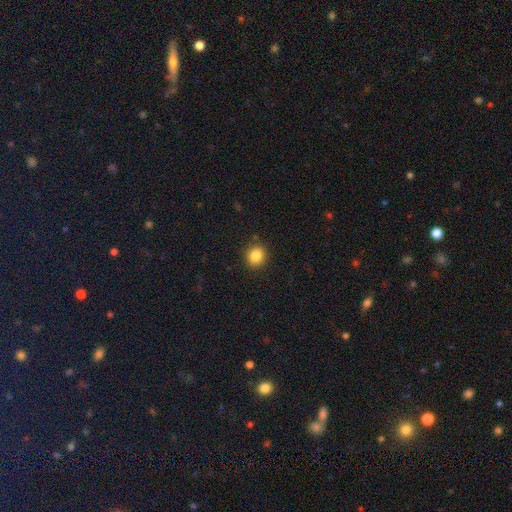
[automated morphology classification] This is clearly a smooth galaxy (84%). How rounded: clearly round (84%). Merging: clearly none (90%).